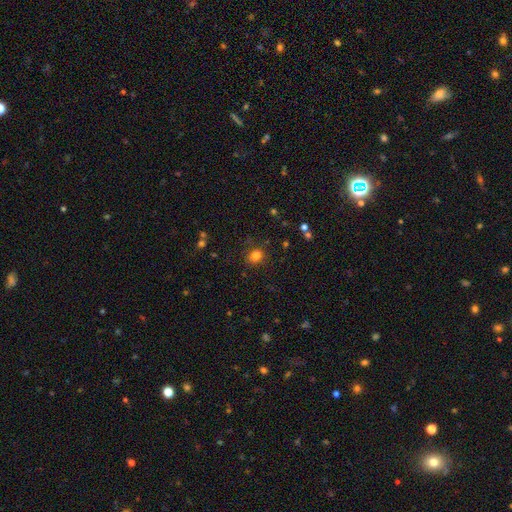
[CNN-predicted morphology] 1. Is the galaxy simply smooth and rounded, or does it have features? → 81% smooth, 14% star or artifact, 6% featured or disk.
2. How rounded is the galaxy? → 63% round, 36% in between, 1% cigar-shaped.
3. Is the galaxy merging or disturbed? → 84% none, 11% minor disturbance, 4% major disturbance, 2% merger.